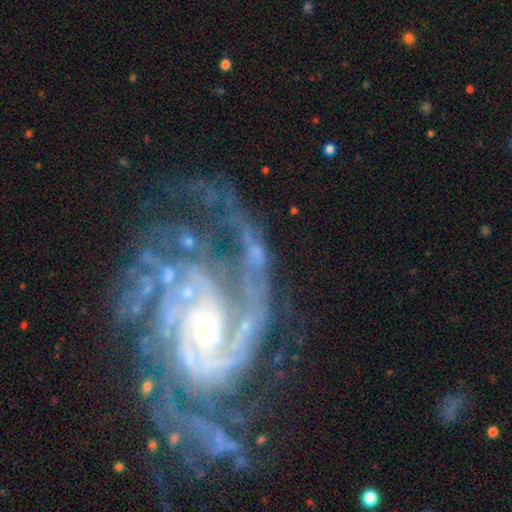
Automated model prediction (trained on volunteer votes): Smooth or featured: featured or disk — 68% (star or artifact — 18%)
Edge-on disk: no — 92% (yes — 8%)
Bar: no — 48% (weak — 28%)
Spiral arms: yes — 86% (no — 14%)
Spiral winding: tight — 46% (medium — 35%)
Spiral arm count: 2 — 34% (can't tell — 25%)
Bulge size: small — 52% (moderate — 32%)
Merging: none — 44% (major disturbance — 23%)